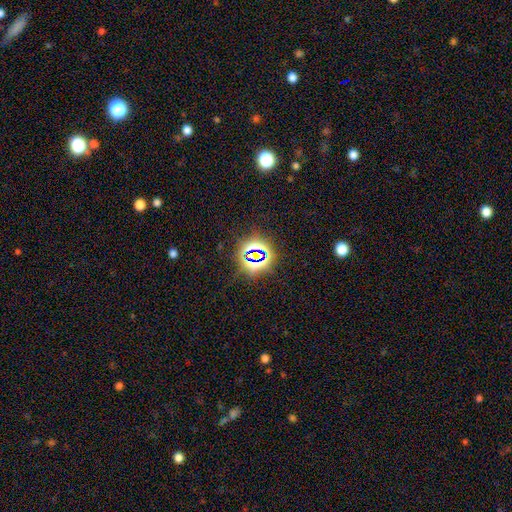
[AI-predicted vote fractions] smooth-or-featured: star or artifact: 77% | smooth: 15% | featured or disk: 8%